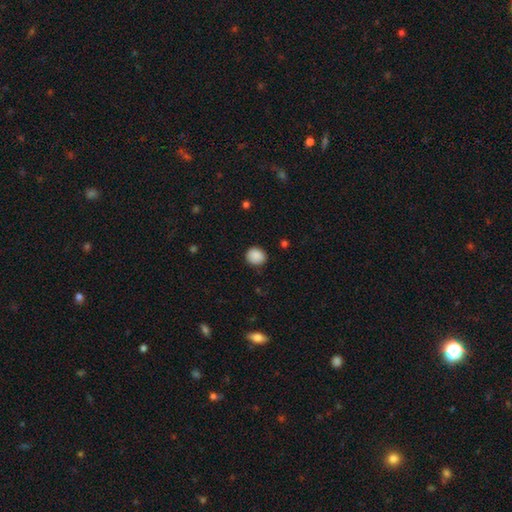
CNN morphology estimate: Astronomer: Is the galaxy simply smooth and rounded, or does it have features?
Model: smooth — 88%.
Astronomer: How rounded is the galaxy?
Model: round — 77%.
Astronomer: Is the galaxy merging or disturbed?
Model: none — 85%.